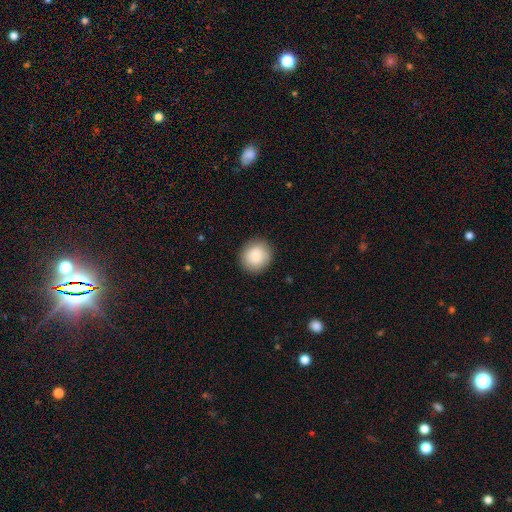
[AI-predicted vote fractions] Smooth or featured: smooth — 87% (star or artifact — 7%)
How rounded: round — 89% (in between — 10%)
Merging: none — 89% (minor disturbance — 8%)